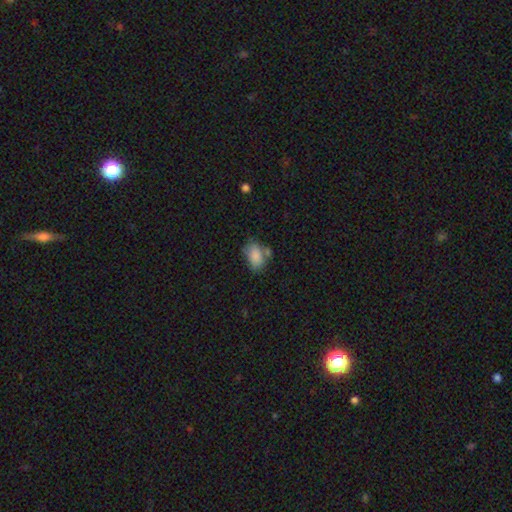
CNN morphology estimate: Smooth or featured? smooth (84%)
How rounded? in between (87%)
Merging? none (51%)